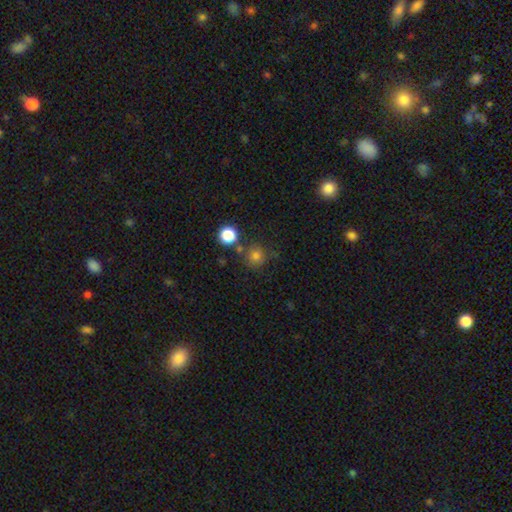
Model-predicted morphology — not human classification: Smooth or featured: smooth — 77% (star or artifact — 16%)
How rounded: round — 91% (in between — 8%)
Merging: none — 74% (minor disturbance — 11%)